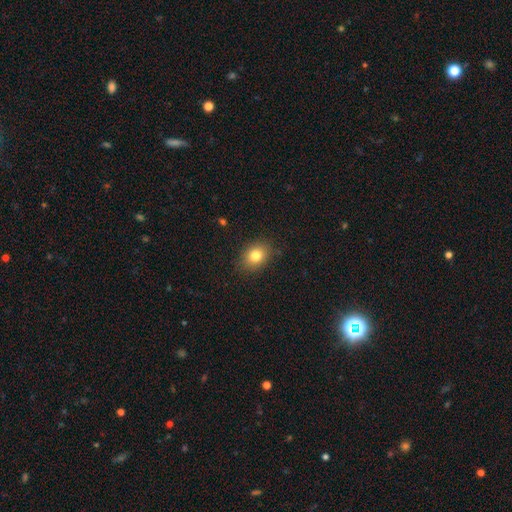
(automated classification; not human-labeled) This is clearly a smooth galaxy (80%). How rounded: possibly in between (56%). Merging: clearly none (86%).